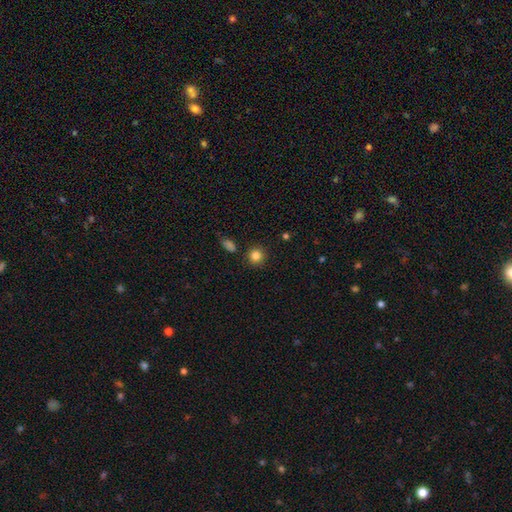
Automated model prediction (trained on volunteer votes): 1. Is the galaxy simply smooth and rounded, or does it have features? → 84% smooth, 11% star or artifact, 5% featured or disk.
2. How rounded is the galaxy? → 92% round, 7% in between, 1% cigar-shaped.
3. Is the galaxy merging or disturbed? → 88% none, 7% minor disturbance, 3% merger, 2% major disturbance.